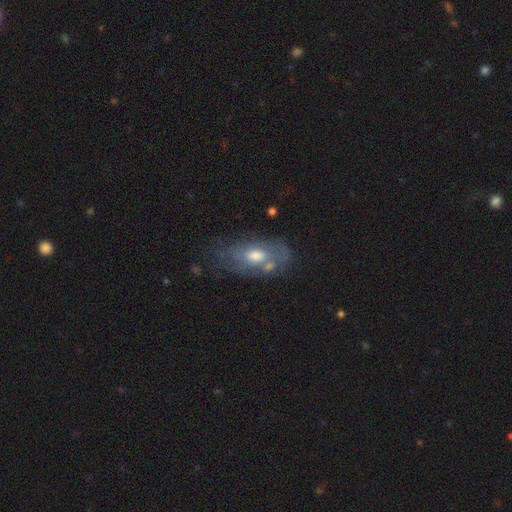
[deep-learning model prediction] Overall: featured or disk (48%; smooth 44%). Merging: none (50%; minor disturbance 26%).